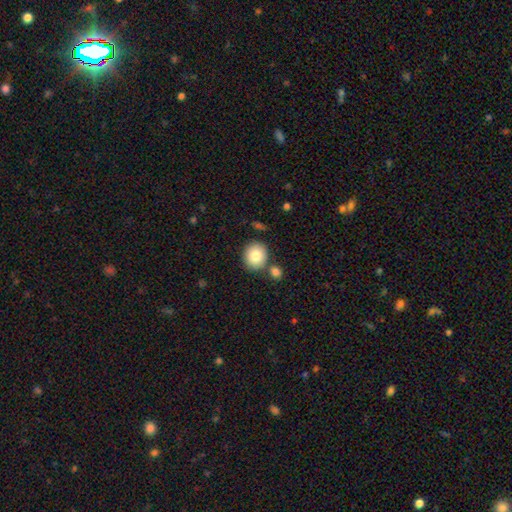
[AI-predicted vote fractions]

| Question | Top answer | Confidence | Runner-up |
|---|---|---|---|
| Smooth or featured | smooth | 83% | featured or disk (9%) |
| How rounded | round | 84% | in between (15%) |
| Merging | none | 75% | merger (13%) |